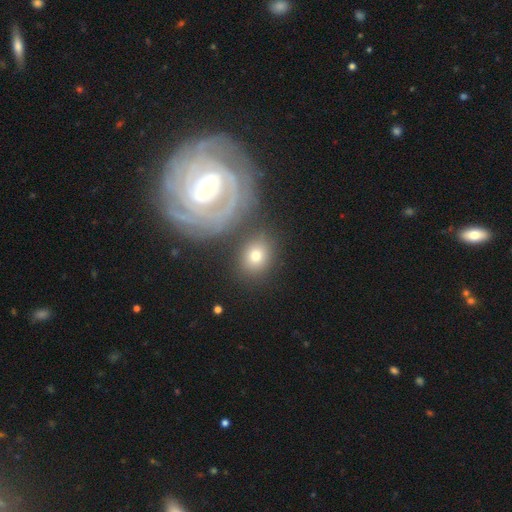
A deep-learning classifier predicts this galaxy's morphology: type=smooth (65%); roundness=round (58%); merging=none (72%).